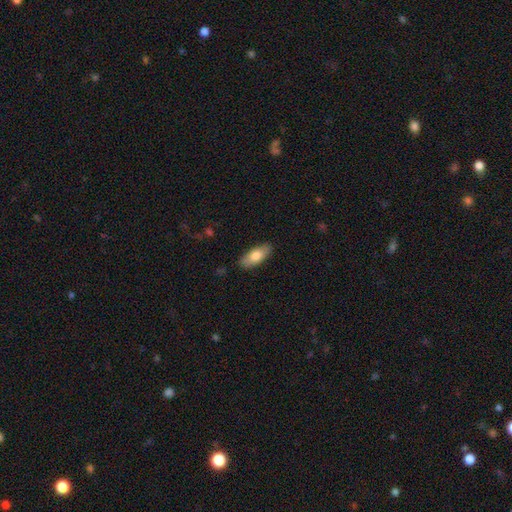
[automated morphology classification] smooth-or-featured: smooth: 78% | featured or disk: 16% | star or artifact: 6%
  how-rounded: in between: 82% | cigar-shaped: 16% | round: 2%
  merging: none: 86% | minor disturbance: 10% | major disturbance: 2% | merger: 1%